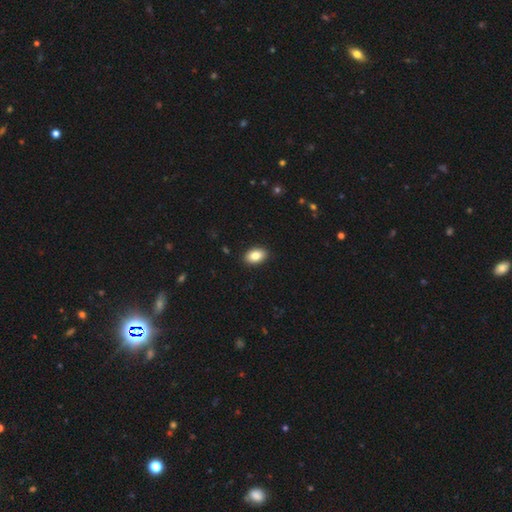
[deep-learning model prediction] Overall: smooth (85%). How rounded: in between (91%). Merging: none (91%).